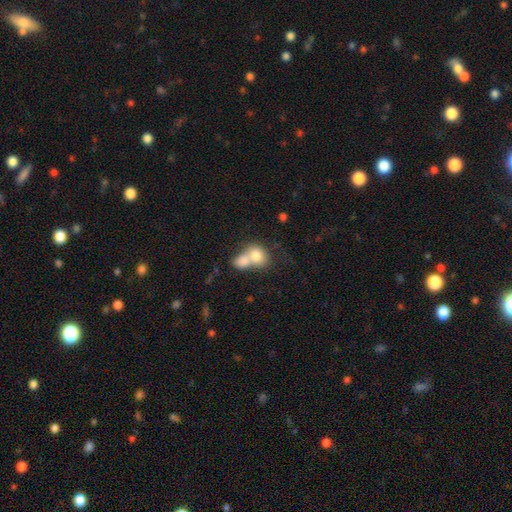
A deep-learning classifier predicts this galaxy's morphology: Smooth or featured? Predicted: smooth (p=0.77). How rounded? Predicted: in between (p=0.53). Merging? Predicted: merger (p=0.71).